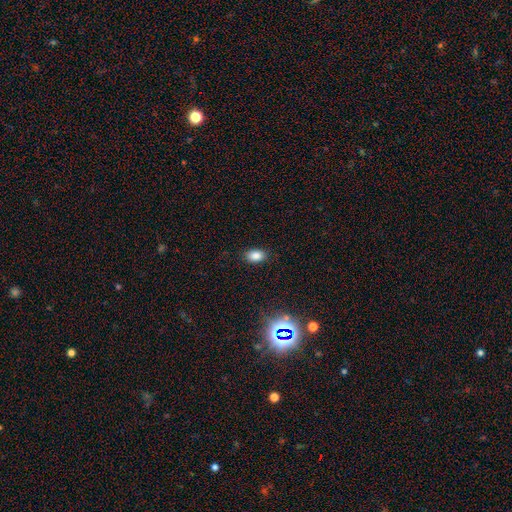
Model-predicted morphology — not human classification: Overall: smooth (83%). How rounded: in between (85%). Merging: none (87%).